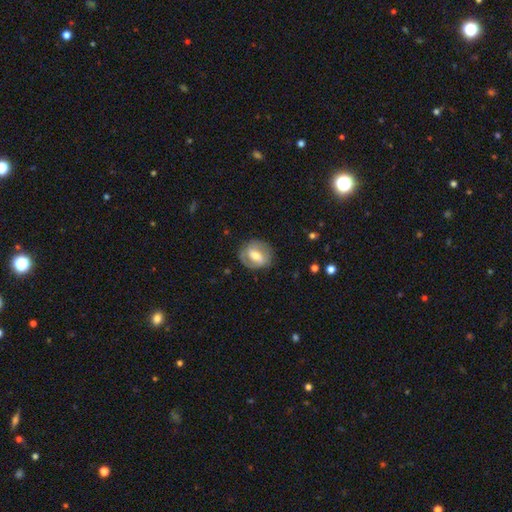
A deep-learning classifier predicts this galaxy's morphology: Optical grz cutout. It shows a featured or disk galaxy (56%) with a strong bar (41%), spiral arms (53%) and a moderate central bulge (64%). Merging: none (79%).